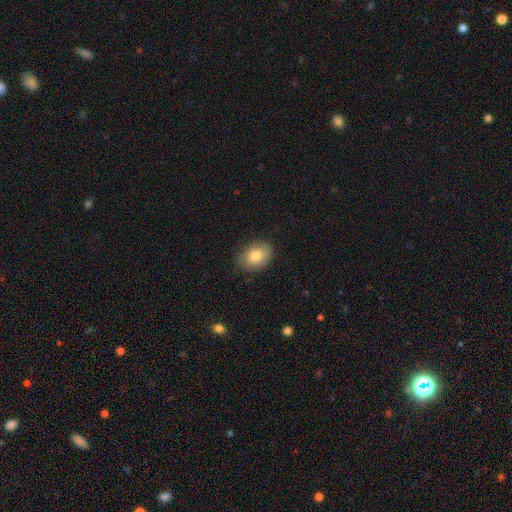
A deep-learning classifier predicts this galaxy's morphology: The model was most divided on "how rounded": in between: 76%, round: 23%, cigar-shaped: 1%. More confident: merging — none (81%); smooth or featured — smooth (80%).